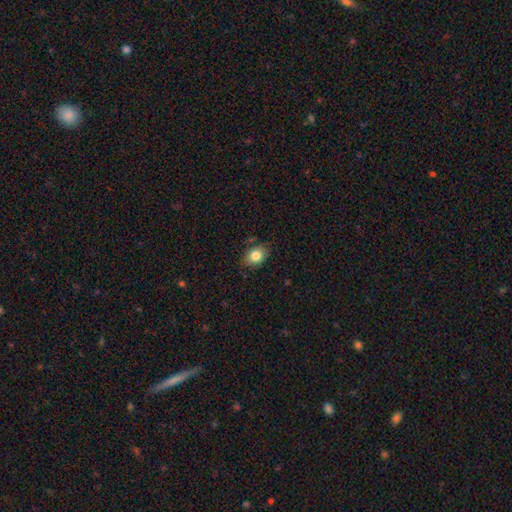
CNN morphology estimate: This appears to be a smooth galaxy with no disk features (82%) that is in between round and cigar-shaped (73%). Merging: none (77%).